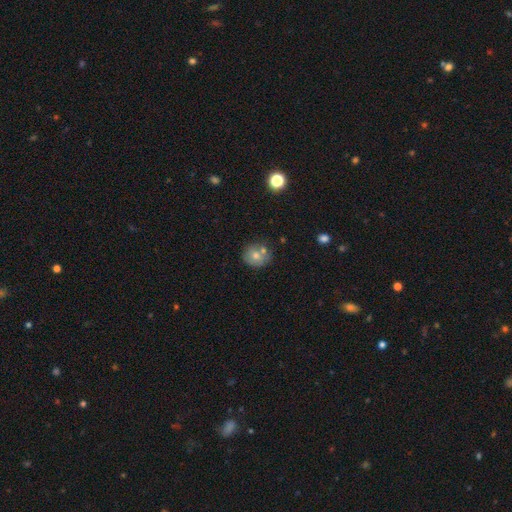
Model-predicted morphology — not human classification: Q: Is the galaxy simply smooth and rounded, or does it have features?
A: smooth — 67%.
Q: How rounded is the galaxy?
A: round — 78%.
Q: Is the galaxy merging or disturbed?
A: none — 61%.